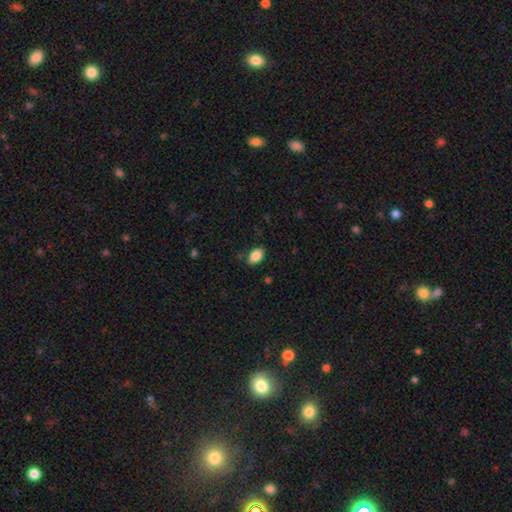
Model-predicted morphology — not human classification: Smooth or featured?
  - smooth: 88% *
  - star or artifact: 8%
  - featured or disk: 4%
How rounded?
  - in between: 92% *
  - round: 6%
  - cigar-shaped: 2%
Merging?
  - none: 84% *
  - minor disturbance: 12%
  - major disturbance: 3%
  - merger: 2%